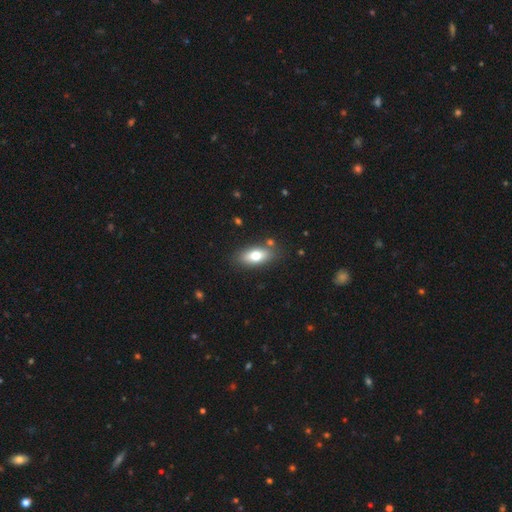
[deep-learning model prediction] A smooth galaxy with no disk features (71%) that is in between round and cigar-shaped (84%).

Vote fractions:
- Smooth or featured? smooth: 71% / featured or disk: 21% / star or artifact: 7%
- How rounded? in between: 84% / cigar-shaped: 11% / round: 4%
- Merging? none: 82% / minor disturbance: 11% / merger: 4% / major disturbance: 3%